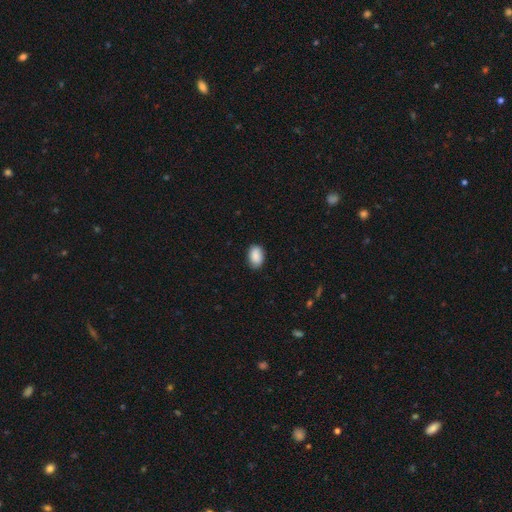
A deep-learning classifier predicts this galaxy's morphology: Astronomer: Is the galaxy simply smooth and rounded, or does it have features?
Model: smooth — 88%.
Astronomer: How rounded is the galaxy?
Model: in between — 85%.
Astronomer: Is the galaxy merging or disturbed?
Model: none — 84%.